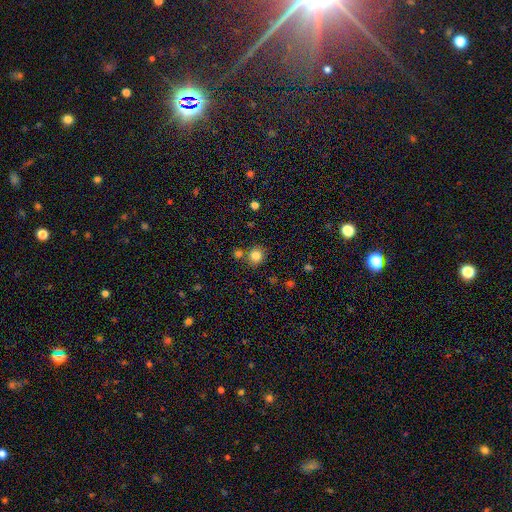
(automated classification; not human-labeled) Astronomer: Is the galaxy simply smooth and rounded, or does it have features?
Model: smooth — 83%.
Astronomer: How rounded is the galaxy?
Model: round — 87%.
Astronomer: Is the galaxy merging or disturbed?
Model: none — 75%.